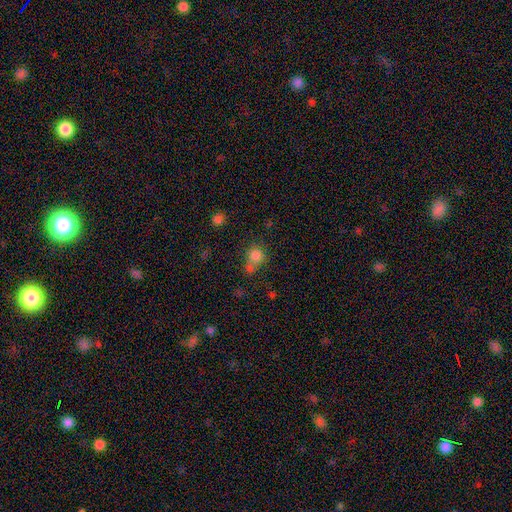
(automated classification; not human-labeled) smooth_or_featured: smooth (p=0.79) [alt: star or artifact p=0.13]
how_rounded: round (p=0.81) [alt: in between p=0.18]
merging: none (p=0.44) [alt: merger p=0.37]